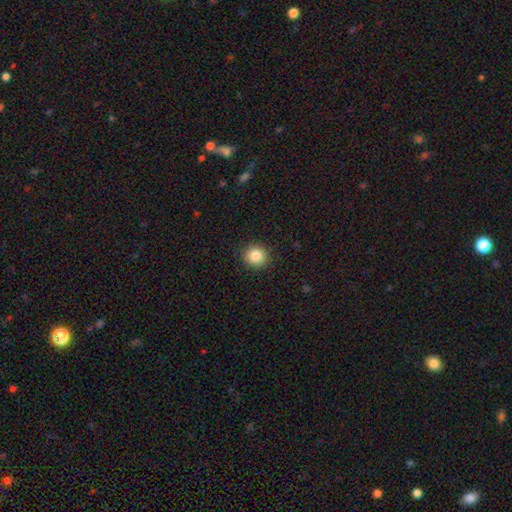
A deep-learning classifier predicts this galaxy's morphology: smooth-or-featured: smooth: 85% | star or artifact: 10% | featured or disk: 5%
  how-rounded: round: 90% | in between: 9% | cigar-shaped: 1%
  merging: none: 90% | minor disturbance: 7% | major disturbance: 2% | merger: 1%